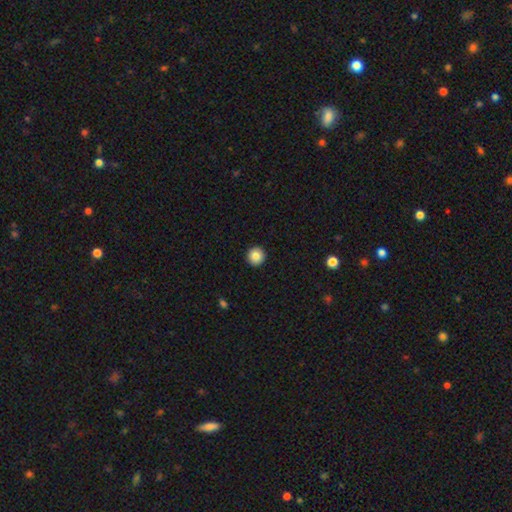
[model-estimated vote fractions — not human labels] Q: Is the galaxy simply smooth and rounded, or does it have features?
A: smooth — 86%.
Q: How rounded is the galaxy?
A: round — 95%.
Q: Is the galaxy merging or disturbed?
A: none — 93%.